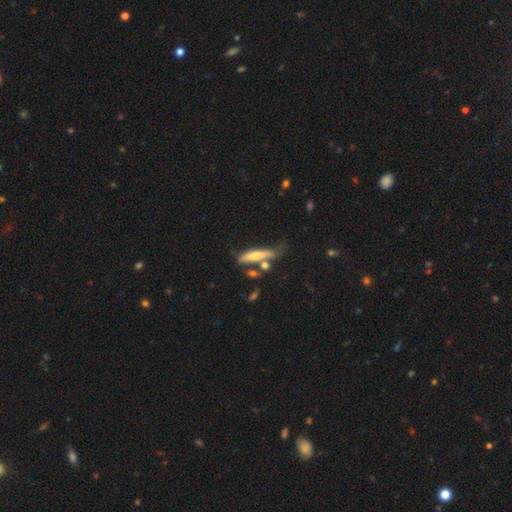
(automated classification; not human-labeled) A smooth galaxy with no disk features (57%) that is cigar-shaped (80%).

Vote fractions:
- Smooth or featured? smooth: 57% / featured or disk: 36% / star or artifact: 7%
- How rounded? cigar-shaped: 80% / in between: 18% / round: 2%
- Merging? none: 54% / minor disturbance: 22% / merger: 16% / major disturbance: 8%